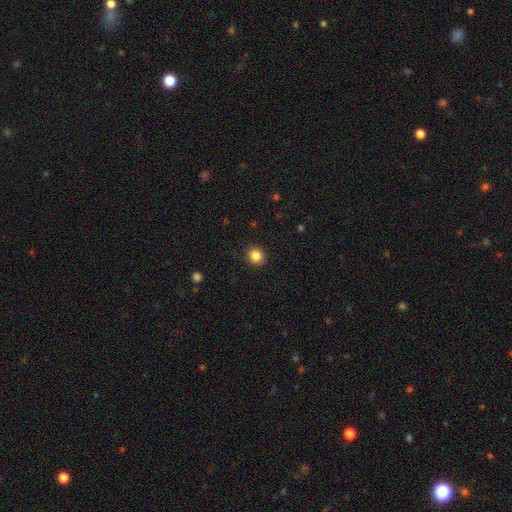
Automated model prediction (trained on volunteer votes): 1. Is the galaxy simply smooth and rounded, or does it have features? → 85% smooth, 11% star or artifact, 4% featured or disk.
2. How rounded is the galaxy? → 88% round, 11% in between, 1% cigar-shaped.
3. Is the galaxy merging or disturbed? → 91% none, 6% minor disturbance, 2% major disturbance, 1% merger.